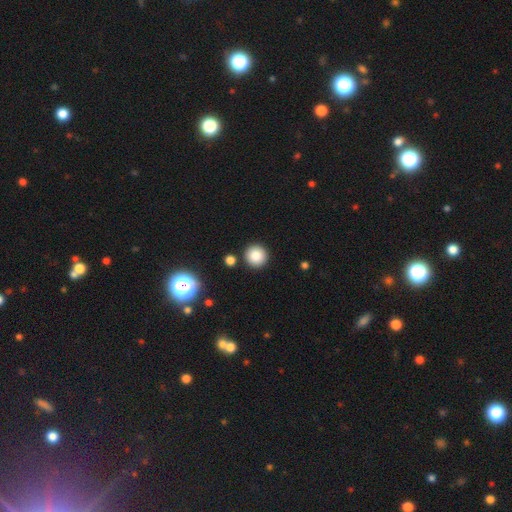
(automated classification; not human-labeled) This appears to be a smooth galaxy with no disk features (83%) that is round (95%). Merging: none (89%).